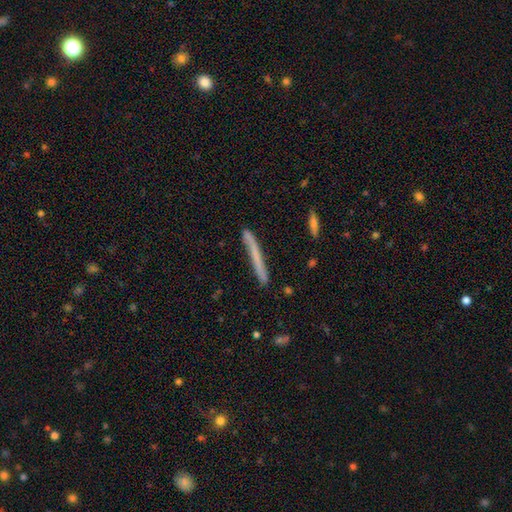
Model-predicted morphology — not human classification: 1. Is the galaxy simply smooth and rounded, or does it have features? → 60% smooth, 34% featured or disk, 7% star or artifact.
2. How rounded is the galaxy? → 97% cigar-shaped, 2% in between, 1% round.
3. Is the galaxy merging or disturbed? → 86% none, 10% minor disturbance, 2% major disturbance, 2% merger.